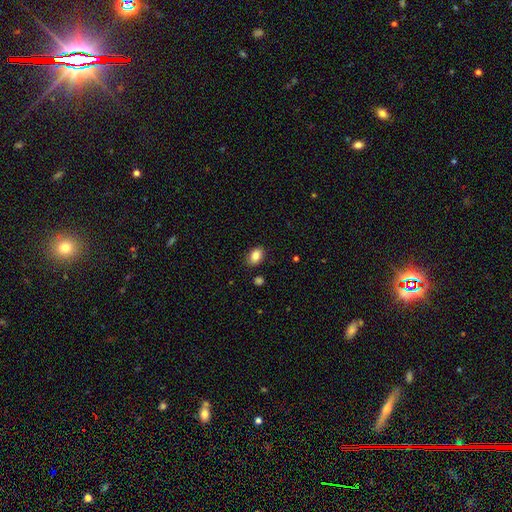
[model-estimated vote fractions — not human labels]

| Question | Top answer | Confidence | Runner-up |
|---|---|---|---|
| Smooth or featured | smooth | 86% | star or artifact (8%) |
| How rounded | in between | 81% | round (18%) |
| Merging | none | 85% | minor disturbance (10%) |